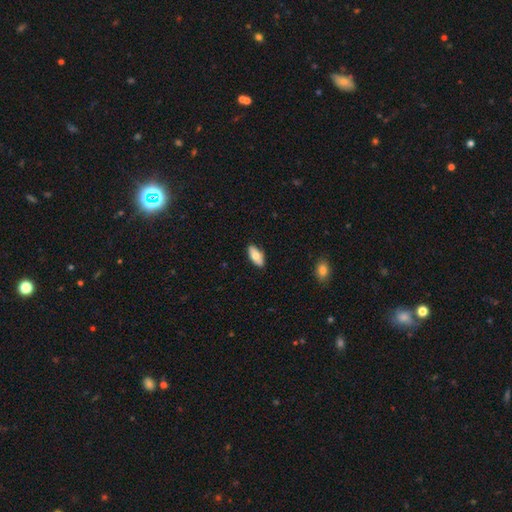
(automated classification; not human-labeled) Smooth or featured? smooth (70%)
How rounded? in between (88%)
Merging? none (86%)